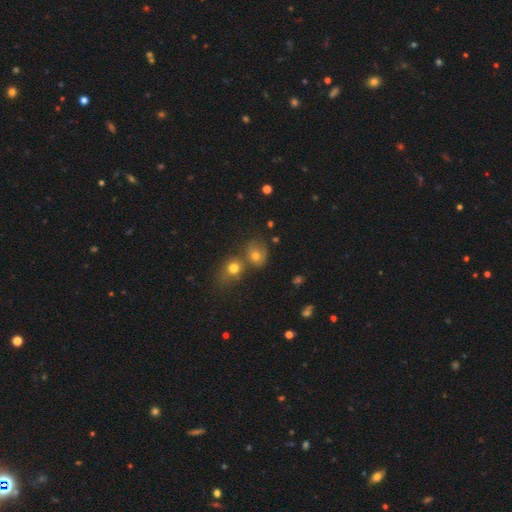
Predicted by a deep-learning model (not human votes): This is likely a smooth galaxy (69%). How rounded: likely round (66%). Merging: marginally none (42%).